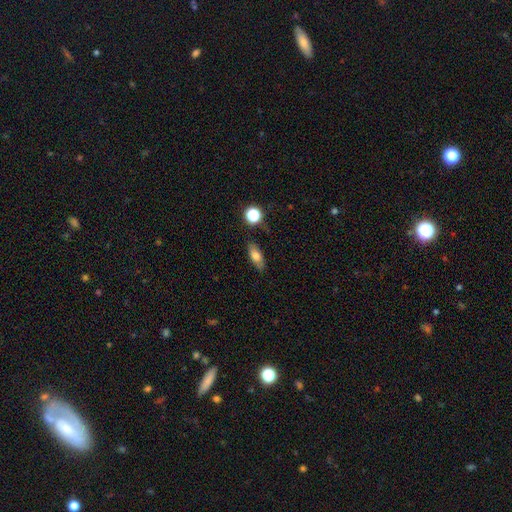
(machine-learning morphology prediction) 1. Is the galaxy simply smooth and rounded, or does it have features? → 74% smooth, 16% featured or disk, 9% star or artifact.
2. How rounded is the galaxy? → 77% in between, 17% cigar-shaped, 6% round.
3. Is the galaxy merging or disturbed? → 82% none, 12% minor disturbance, 3% major disturbance, 2% merger.